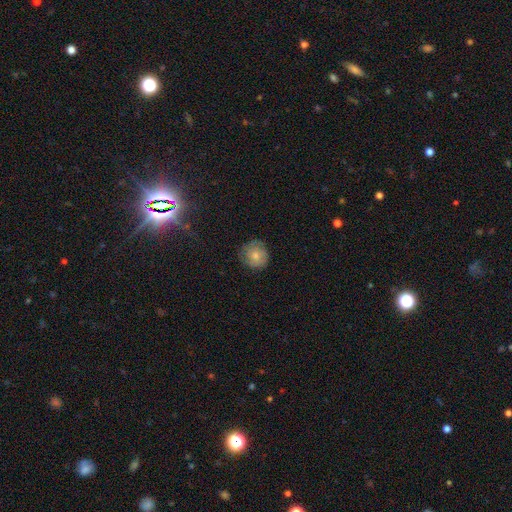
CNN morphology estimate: This is likely a smooth galaxy (68%). How rounded: clearly round (91%). Merging: likely none (78%).